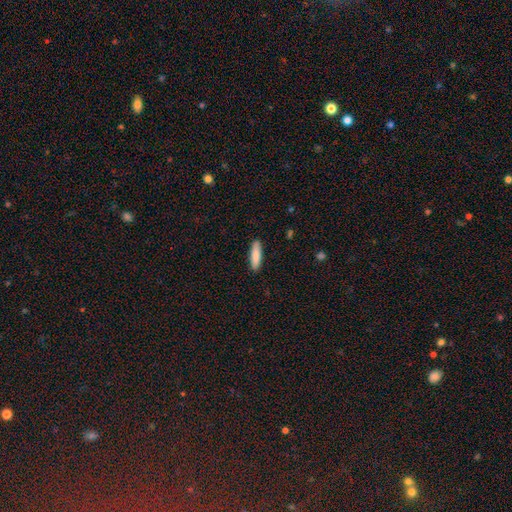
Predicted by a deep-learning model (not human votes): This is clearly a smooth galaxy (85%). How rounded: likely cigar-shaped (72%). Merging: clearly none (90%).